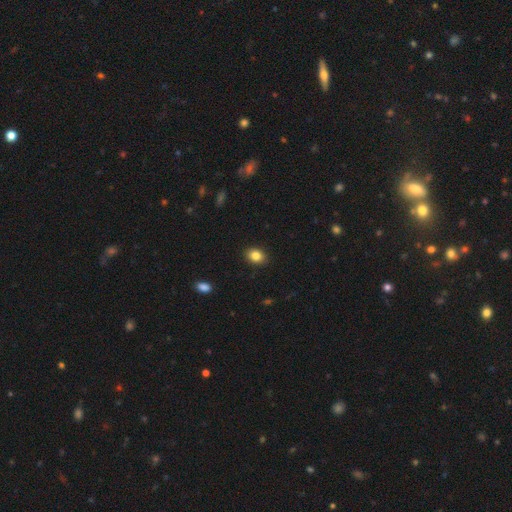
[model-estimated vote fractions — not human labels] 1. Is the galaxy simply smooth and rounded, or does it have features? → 85% smooth, 9% star or artifact, 6% featured or disk.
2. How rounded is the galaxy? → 64% in between, 35% round, 1% cigar-shaped.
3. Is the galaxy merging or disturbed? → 89% none, 8% minor disturbance, 2% major disturbance, 1% merger.